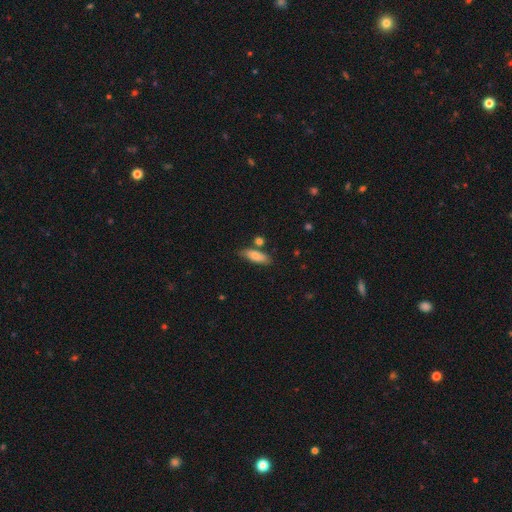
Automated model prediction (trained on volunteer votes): Smooth or featured? Predicted: smooth (p=0.82). How rounded? Predicted: in between (p=0.63). Merging? Predicted: none (p=0.73).